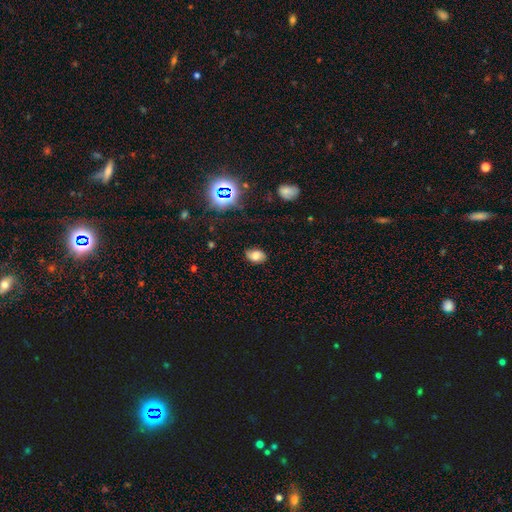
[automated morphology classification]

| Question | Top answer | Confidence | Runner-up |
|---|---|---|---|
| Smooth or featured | smooth | 69% | star or artifact (16%) |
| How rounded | in between | 84% | round (15%) |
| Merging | none | 77% | minor disturbance (18%) |